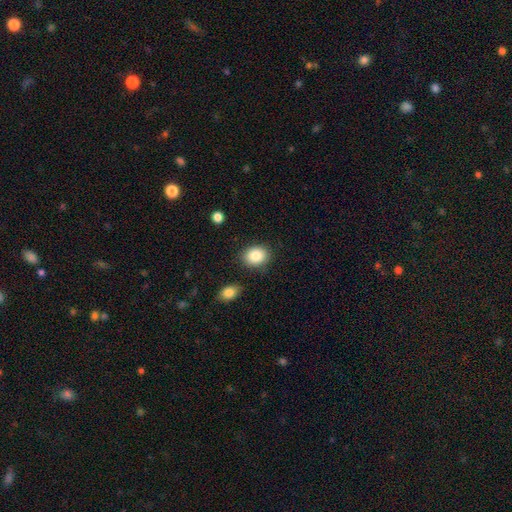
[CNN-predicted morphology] Overall: smooth (86%). How rounded: in between (55%; round 44%). Merging: none (85%).